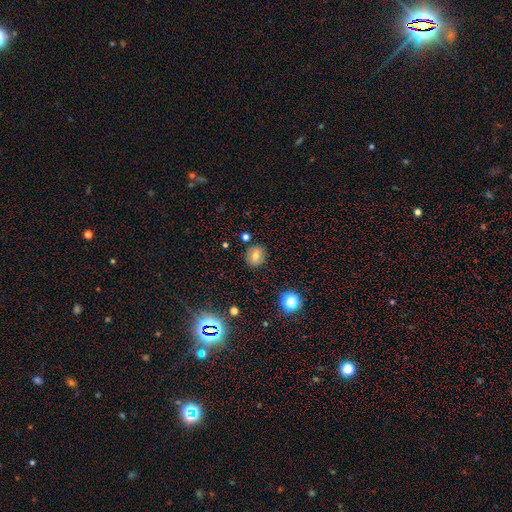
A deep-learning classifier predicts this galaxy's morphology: This is likely a smooth galaxy (70%). How rounded: clearly round (80%). Merging: clearly none (86%).